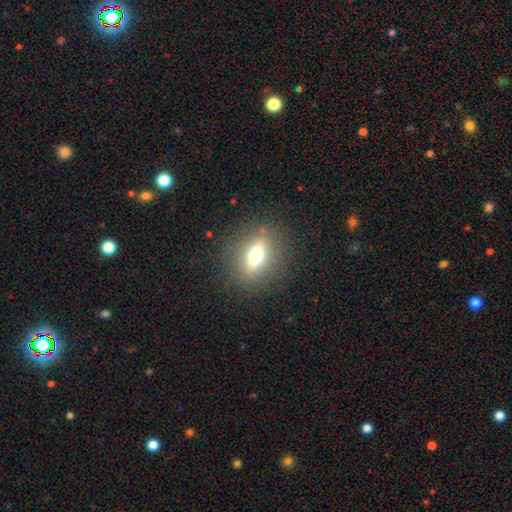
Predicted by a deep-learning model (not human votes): Q: Smooth or featured?
A: smooth (54%); runner-up: featured or disk (32%)
Q: How rounded?
A: in between (57%); runner-up: round (31%)
Q: Merging?
A: none (84%); runner-up: minor disturbance (9%)